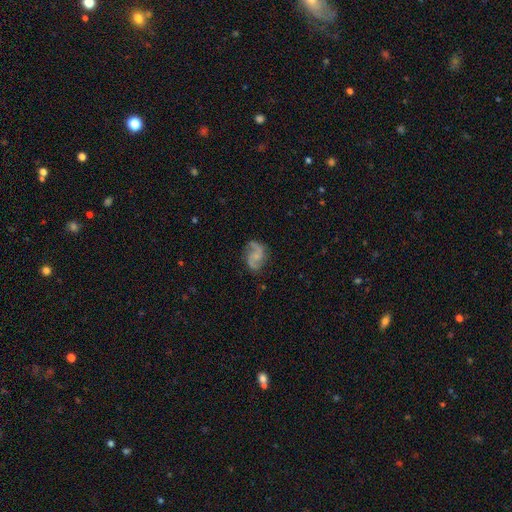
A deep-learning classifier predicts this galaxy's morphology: smooth_or_featured: featured or disk (p=0.83) [alt: smooth p=0.11]
disk_edge_on: no (p=0.98) [alt: yes p=0.02]
bar: no (p=0.61) [alt: weak p=0.33]
has_spiral_arms: yes (p=0.96) [alt: no p=0.04]
spiral_winding: loose (p=0.45) [alt: medium p=0.44]
spiral_arm_count: 2 (p=0.92) [alt: can't tell p=0.03]
bulge_size: small (p=0.47) [alt: none p=0.34]
merging: none (p=0.76) [alt: minor disturbance p=0.16]